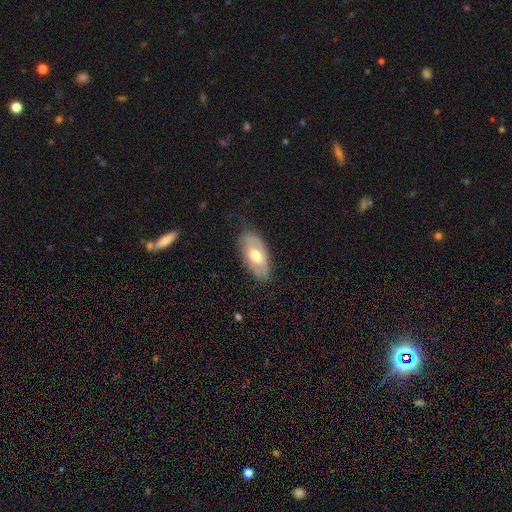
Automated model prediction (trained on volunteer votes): This is possibly a smooth galaxy (50%). How rounded: clearly in between (90%). Merging: likely none (77%).